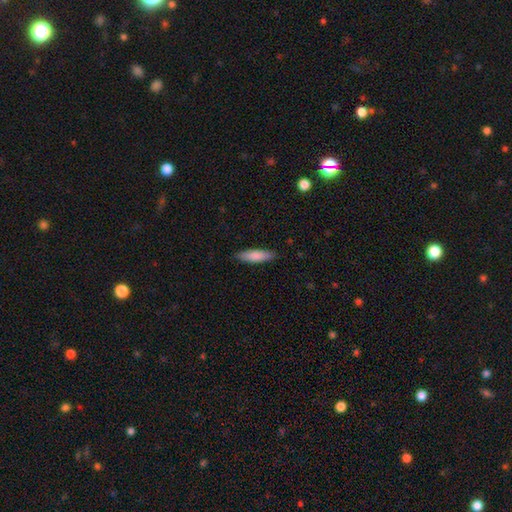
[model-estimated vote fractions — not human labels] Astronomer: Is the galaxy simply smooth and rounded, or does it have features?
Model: smooth — 83%.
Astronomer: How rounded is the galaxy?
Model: cigar-shaped — 61% (runner-up: in between, 38%).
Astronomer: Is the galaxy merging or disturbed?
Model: none — 88%.